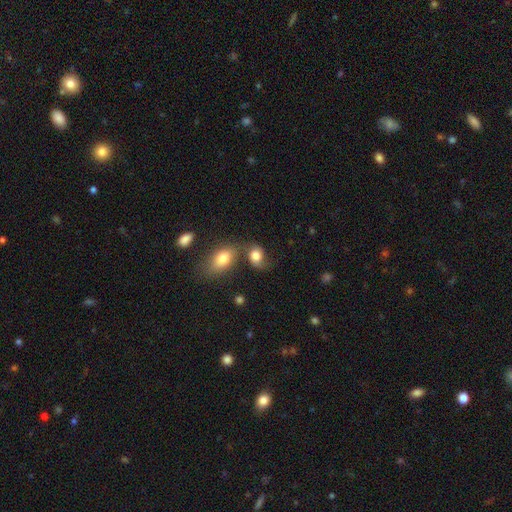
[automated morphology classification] Smooth or featured: smooth — 65% (featured or disk — 26%)
How rounded: in between — 61% (round — 37%)
Merging: none — 42% (merger — 31%)